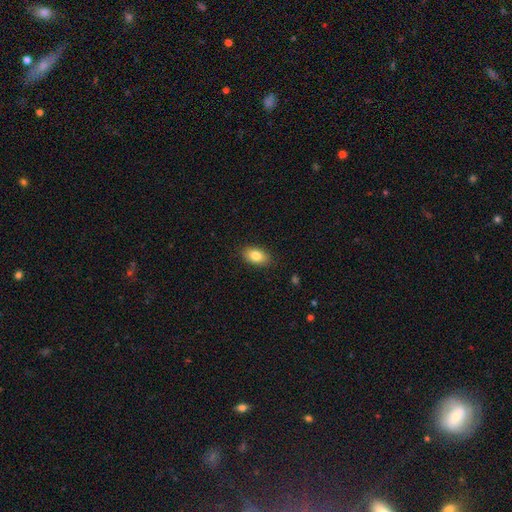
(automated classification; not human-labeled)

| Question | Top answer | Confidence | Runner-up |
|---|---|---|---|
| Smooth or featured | smooth | 82% | featured or disk (10%) |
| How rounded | in between | 90% | round (8%) |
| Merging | none | 88% | minor disturbance (9%) |